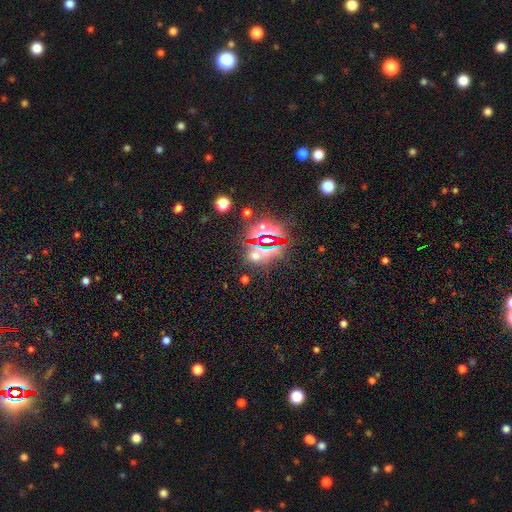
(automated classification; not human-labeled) This is likely a star or artifact rather than a galaxy (69%).